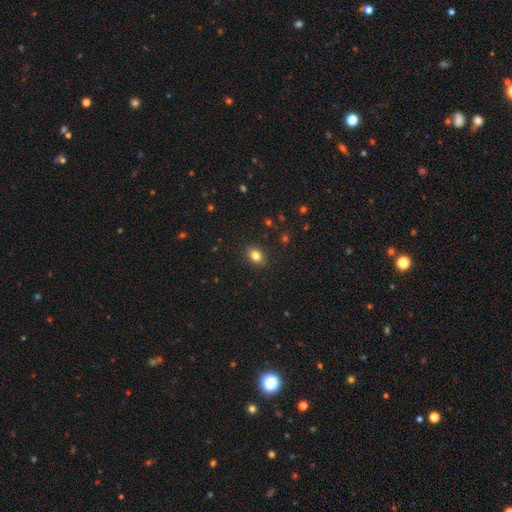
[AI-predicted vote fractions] Q: Smooth or featured?
A: smooth (82%); runner-up: star or artifact (10%)
Q: How rounded?
A: in between (72%); runner-up: round (26%)
Q: Merging?
A: none (88%); runner-up: minor disturbance (8%)